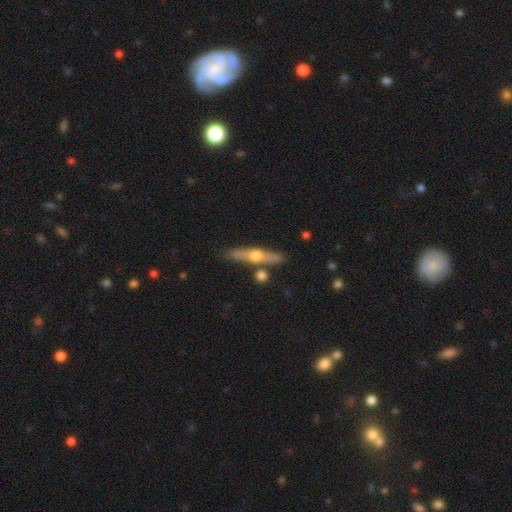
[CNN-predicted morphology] Smooth or featured? Predicted: featured or disk (p=0.64). Edge-on disk? Predicted: yes (p=0.93). Edge-on bulge? Predicted: rounded (p=0.91). Merging? Predicted: none (p=0.81).